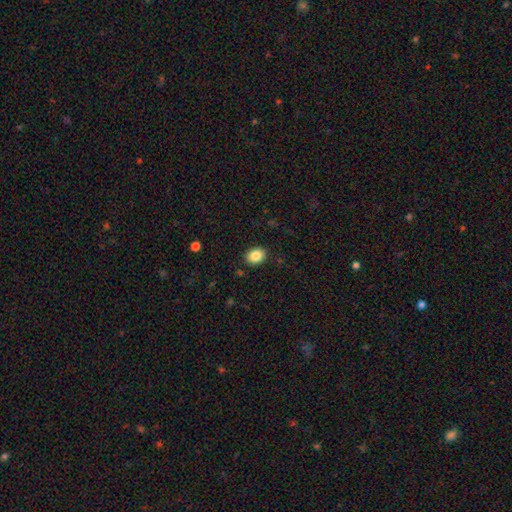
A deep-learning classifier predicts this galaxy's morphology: This is clearly a smooth galaxy (86%). How rounded: likely in between (63%). Merging: clearly none (89%).